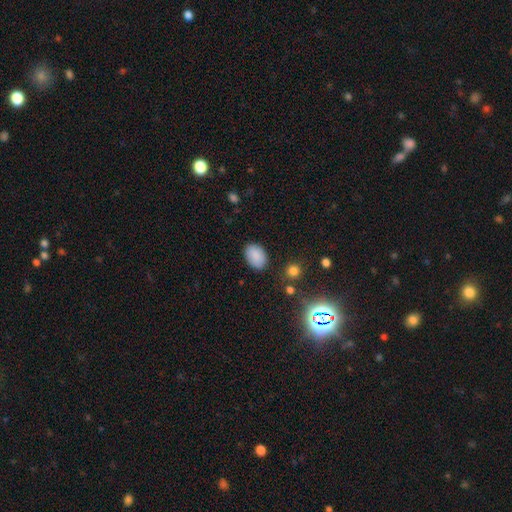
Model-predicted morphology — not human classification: Smooth or featured? smooth (87%)
How rounded? in between (82%)
Merging? none (85%)